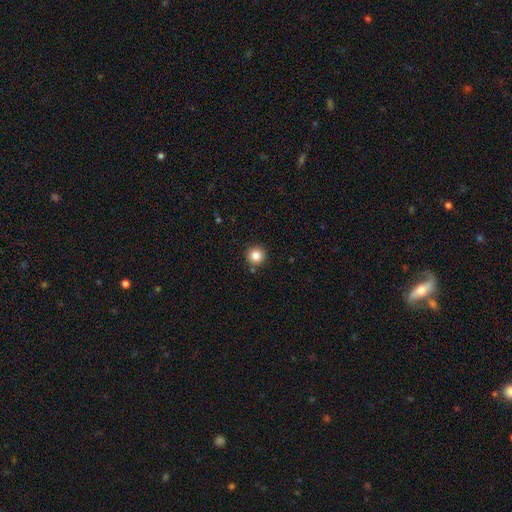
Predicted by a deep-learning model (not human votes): This is clearly a smooth galaxy (85%). How rounded: clearly round (95%). Merging: clearly none (88%).